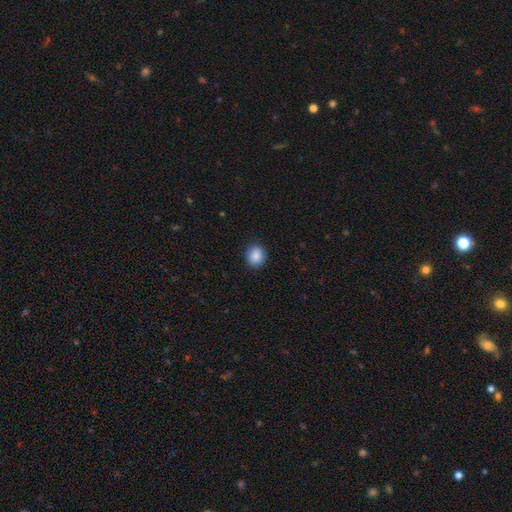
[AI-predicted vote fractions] Smooth or featured?
  - smooth: 88% *
  - star or artifact: 8%
  - featured or disk: 4%
How rounded?
  - round: 77% *
  - in between: 22%
  - cigar-shaped: 1%
Merging?
  - none: 88% *
  - minor disturbance: 8%
  - major disturbance: 2%
  - merger: 1%